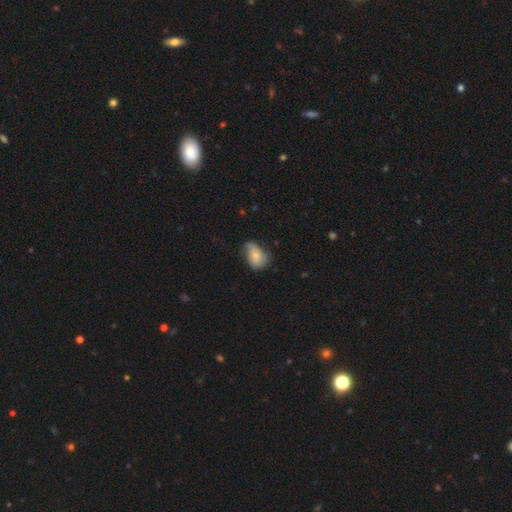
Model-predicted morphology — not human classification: This is likely a smooth galaxy (67%). How rounded: likely in between (80%). Merging: marginally none (43%).